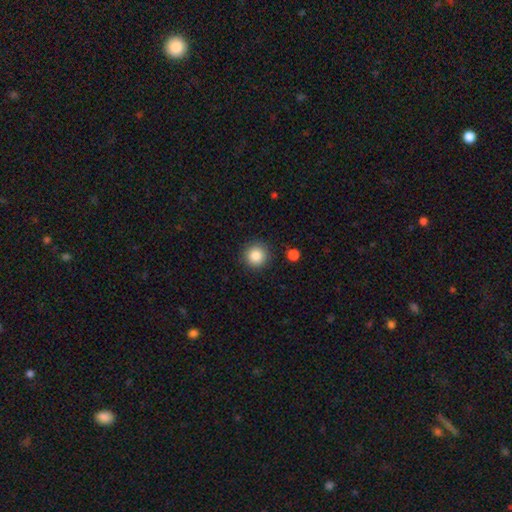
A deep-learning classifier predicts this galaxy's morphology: Overall: smooth (85%). How rounded: round (95%). Merging: none (90%).